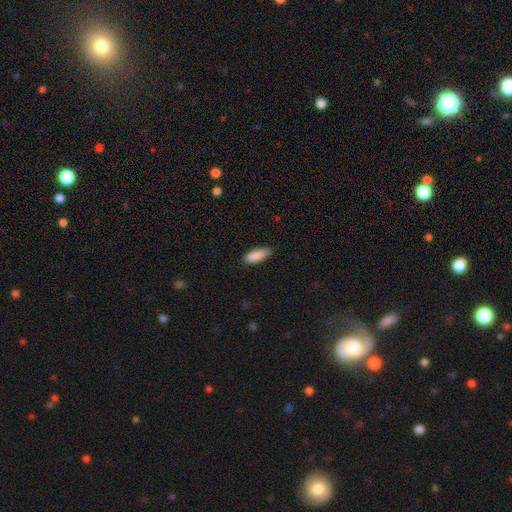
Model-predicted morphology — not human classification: smooth 89%, star or artifact 7%, featured or disk 4%. Down the decision tree: how rounded — in between (72%); merging — none (76%).